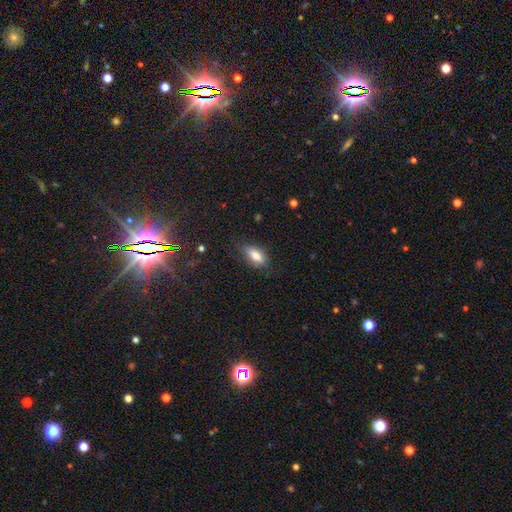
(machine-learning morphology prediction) A smooth galaxy with no disk features (81%) that is in between round and cigar-shaped (82%).

Vote fractions:
- Smooth or featured? smooth: 81% / featured or disk: 12% / star or artifact: 8%
- How rounded? in between: 82% / cigar-shaped: 15% / round: 3%
- Merging? none: 77% / minor disturbance: 18% / major disturbance: 4% / merger: 1%